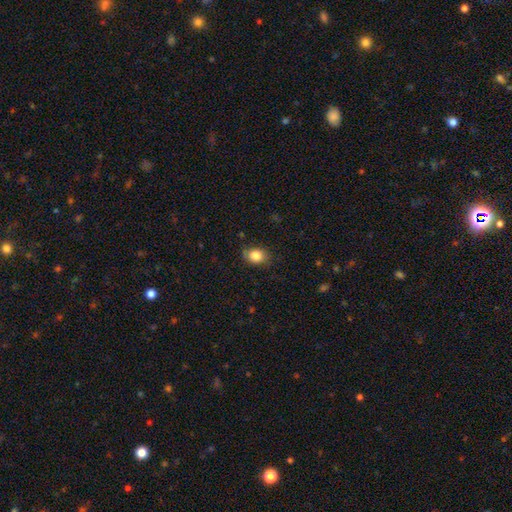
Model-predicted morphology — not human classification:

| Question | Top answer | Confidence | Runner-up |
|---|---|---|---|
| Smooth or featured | smooth | 85% | star or artifact (9%) |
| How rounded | in between | 54% | round (45%) |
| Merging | none | 77% | minor disturbance (18%) |